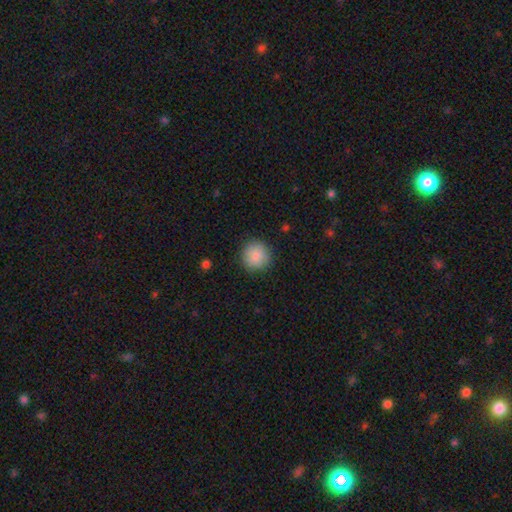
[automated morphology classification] smooth-or-featured: smooth: 88% | star or artifact: 8% | featured or disk: 4%
  how-rounded: round: 93% | in between: 6% | cigar-shaped: 1%
  merging: none: 89% | minor disturbance: 8% | major disturbance: 2% | merger: 1%